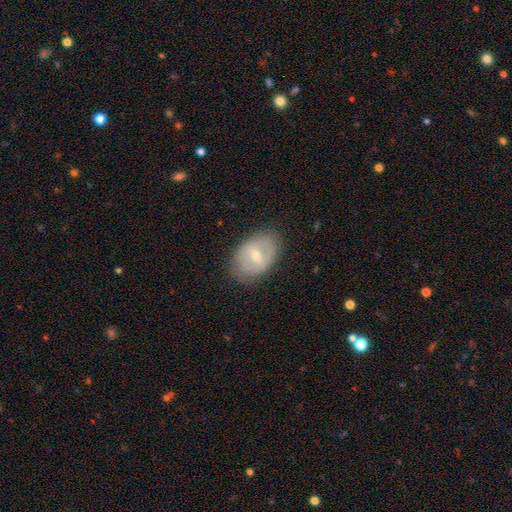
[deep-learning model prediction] Morphology: type=featured or disk (50%); merging=none (80%).